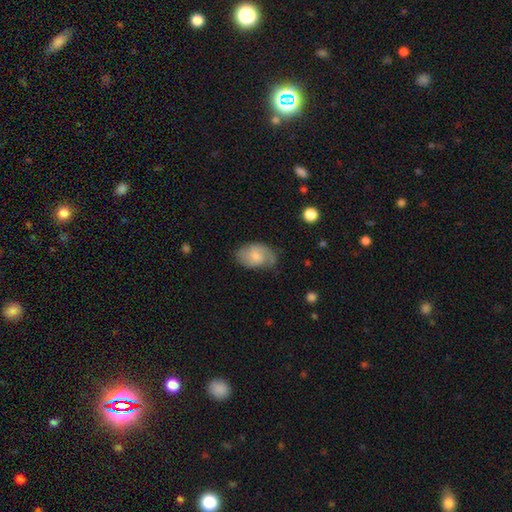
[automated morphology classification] smooth_or_featured: smooth (p=0.50) [alt: featured or disk p=0.43]
how_rounded: in between (p=0.86) [alt: round p=0.13]
merging: none (p=0.58) [alt: minor disturbance p=0.29]